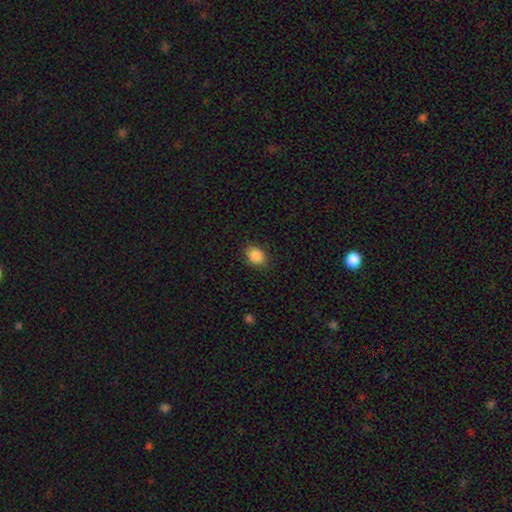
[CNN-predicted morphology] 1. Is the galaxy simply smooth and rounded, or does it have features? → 88% smooth, 8% star or artifact, 4% featured or disk.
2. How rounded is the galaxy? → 65% in between, 34% round, 1% cigar-shaped.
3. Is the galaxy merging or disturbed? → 85% none, 11% minor disturbance, 3% major disturbance, 1% merger.